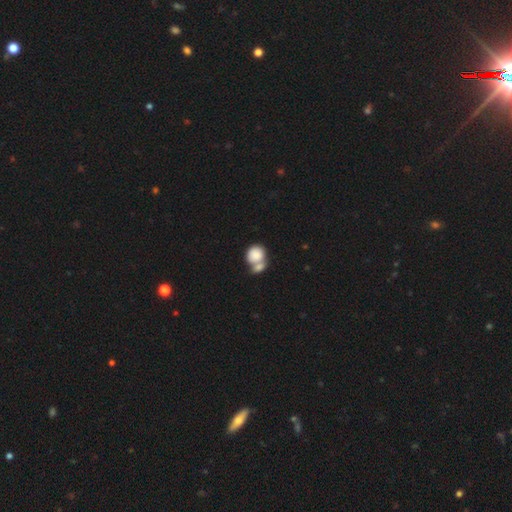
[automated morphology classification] Smooth or featured: smooth — 83% (featured or disk — 10%)
How rounded: round — 73% (in between — 26%)
Merging: merger — 59% (none — 28%)